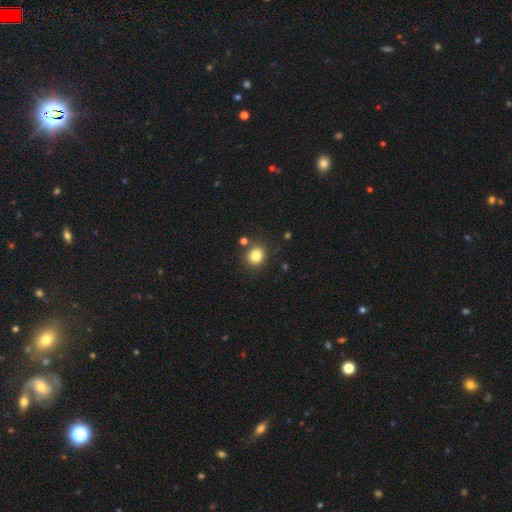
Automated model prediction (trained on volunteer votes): This is clearly a smooth galaxy (82%). How rounded: clearly round (82%). Merging: clearly none (81%).